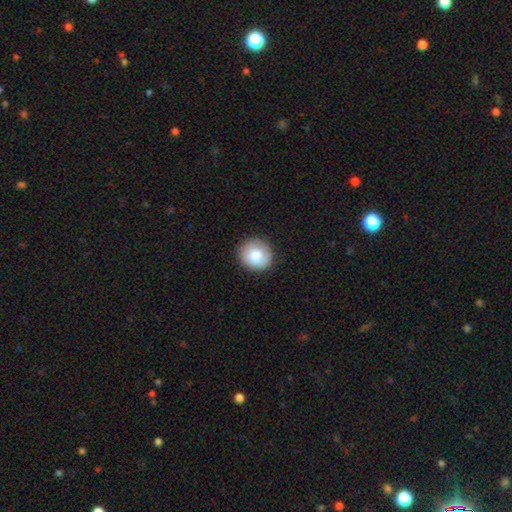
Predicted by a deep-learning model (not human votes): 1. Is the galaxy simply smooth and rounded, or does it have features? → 81% smooth, 11% featured or disk, 8% star or artifact.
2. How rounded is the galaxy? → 89% round, 10% in between, 1% cigar-shaped.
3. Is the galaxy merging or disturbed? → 86% none, 10% minor disturbance, 3% major disturbance, 1% merger.